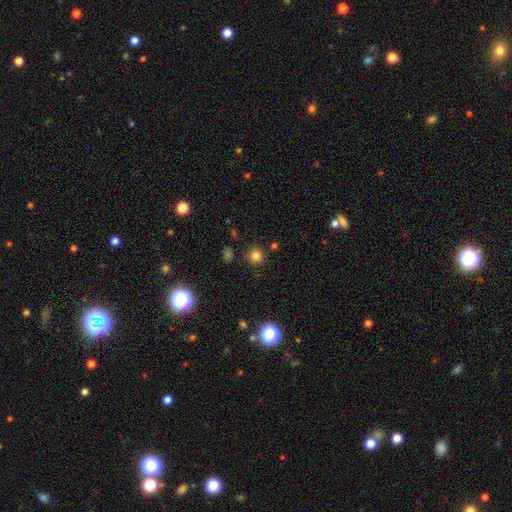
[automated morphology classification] Overall: smooth (78%). How rounded: round (92%). Merging: none (87%).